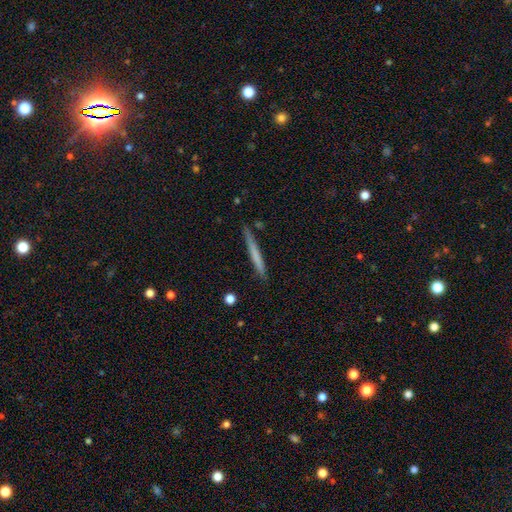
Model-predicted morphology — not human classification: A smooth galaxy with no disk features (64%) that is cigar-shaped (97%).

Vote fractions:
- Smooth or featured? smooth: 64% / featured or disk: 30% / star or artifact: 6%
- How rounded? cigar-shaped: 97% / in between: 2% / round: 1%
- Merging? none: 86% / minor disturbance: 10% / merger: 2% / major disturbance: 2%